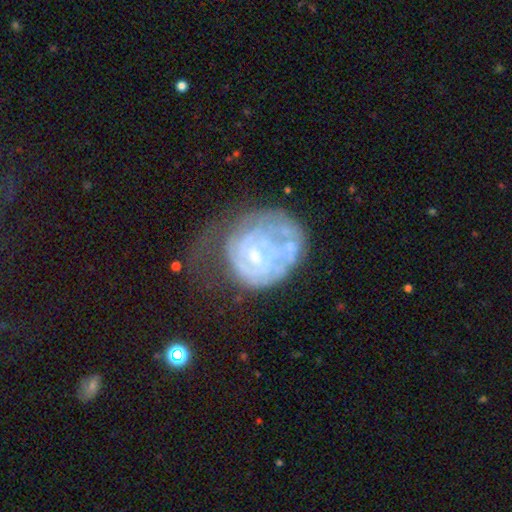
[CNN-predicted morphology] Smooth or featured? featured or disk (72%)
Edge-on disk? no (98%)
Bar? no (65%)
Spiral arms? yes (60%)
Bulge size? small (47%)
Merging? major disturbance (38%)